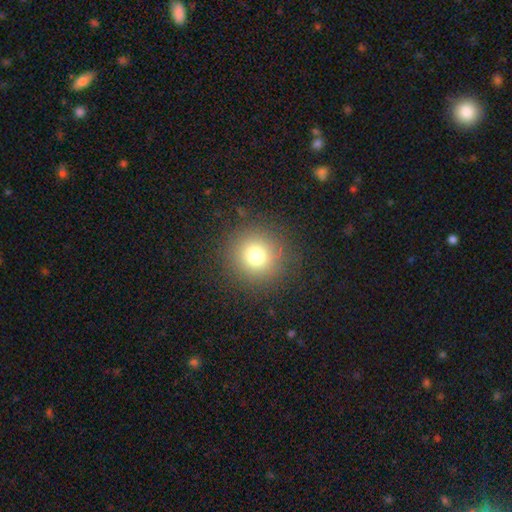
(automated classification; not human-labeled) This is likely a smooth galaxy (75%). How rounded: clearly round (94%). Merging: clearly none (88%).